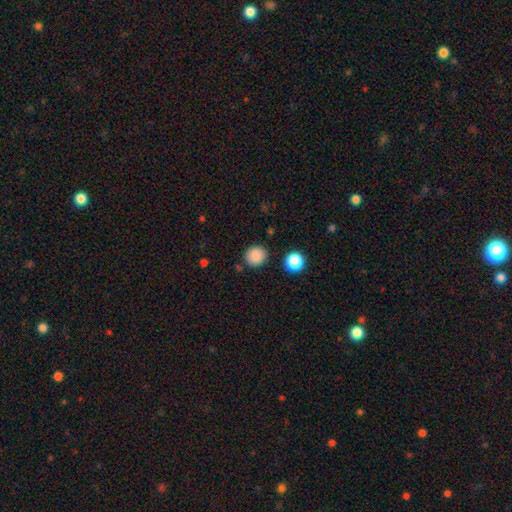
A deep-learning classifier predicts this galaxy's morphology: smooth 87%, star or artifact 10%, featured or disk 3%. Down the decision tree: how rounded — round (91%); merging — none (86%).